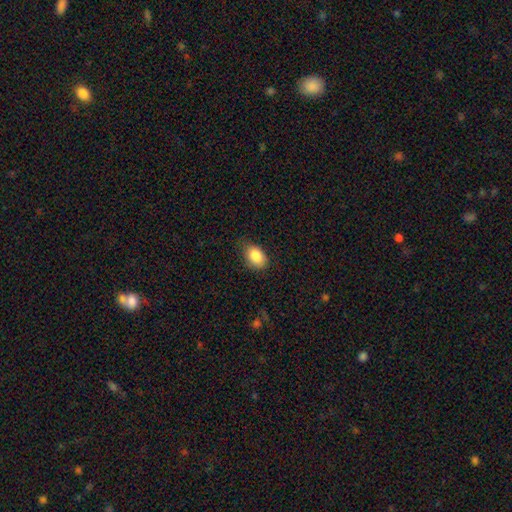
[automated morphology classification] Overall: smooth (86%). How rounded: in between (83%). Merging: none (73%).